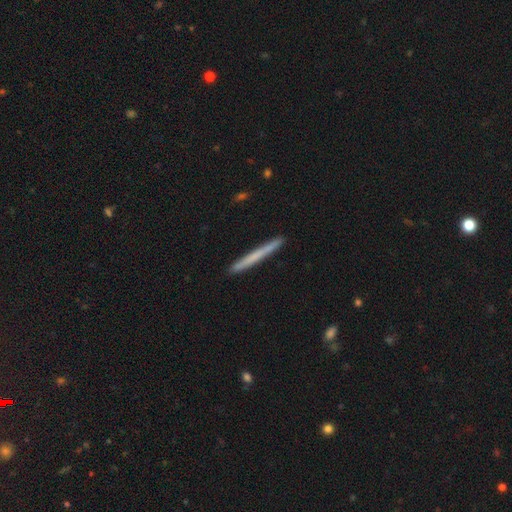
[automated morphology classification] Smooth or featured: smooth — 59% (featured or disk — 35%)
How rounded: cigar-shaped — 97% (in between — 1%)
Merging: none — 92% (minor disturbance — 6%)